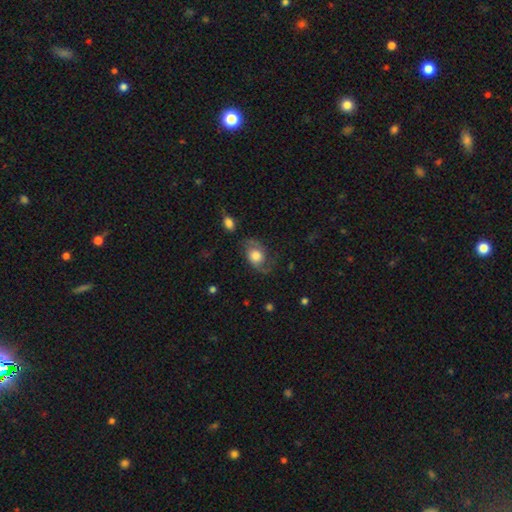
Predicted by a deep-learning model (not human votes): smooth_or_featured: featured or disk (p=0.56) [alt: smooth p=0.36]
disk_edge_on: no (p=0.96) [alt: yes p=0.04]
bar: no (p=0.77) [alt: weak p=0.20]
has_spiral_arms: yes (p=0.84) [alt: no p=0.16]
bulge_size: large (p=0.54) [alt: moderate p=0.24]
merging: none (p=0.61) [alt: minor disturbance p=0.22]